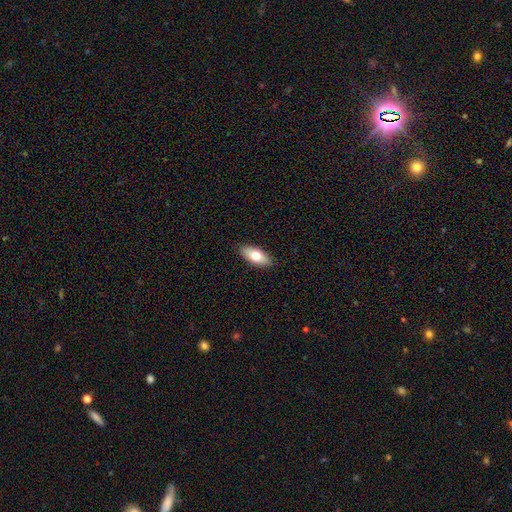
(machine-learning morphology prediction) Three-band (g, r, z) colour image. It shows a smooth galaxy with no disk features (73%) that is in between round and cigar-shaped (84%). Merging: none (89%).